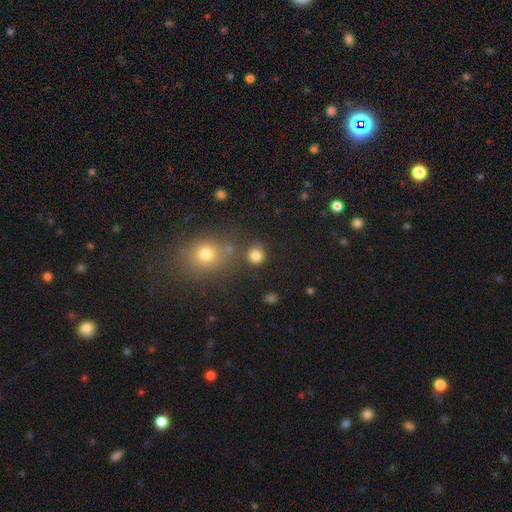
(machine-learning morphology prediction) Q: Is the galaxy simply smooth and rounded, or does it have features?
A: smooth — 81%.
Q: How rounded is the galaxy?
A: round — 88%.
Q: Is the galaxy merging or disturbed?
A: none — 77%.